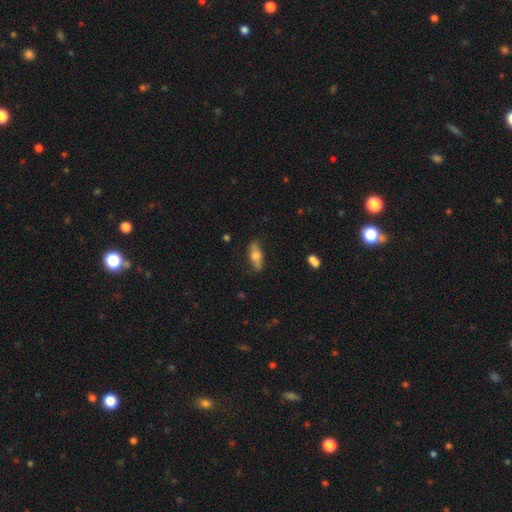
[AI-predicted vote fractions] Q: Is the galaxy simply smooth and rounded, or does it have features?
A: smooth — 59%.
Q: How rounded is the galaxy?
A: in between — 73%.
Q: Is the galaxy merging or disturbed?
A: none — 77%.